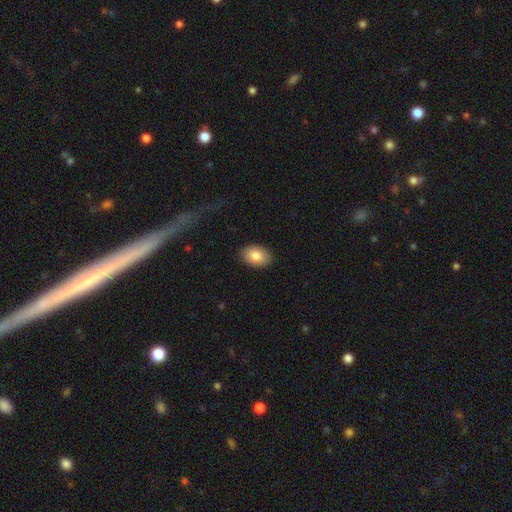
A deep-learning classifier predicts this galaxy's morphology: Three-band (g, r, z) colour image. It shows a smooth galaxy with no disk features (84%) that is in between round and cigar-shaped (88%). Merging: none (89%).